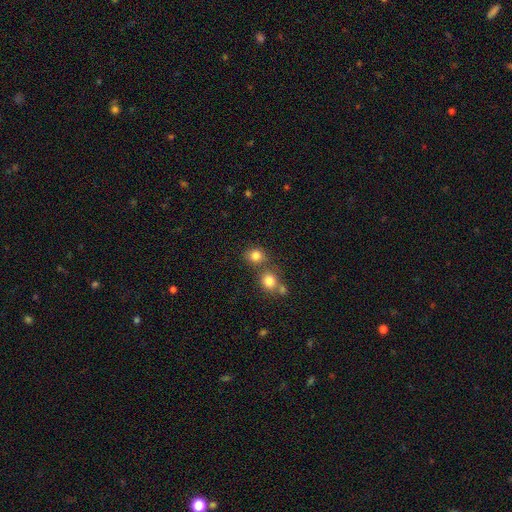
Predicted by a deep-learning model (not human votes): Smooth or featured: smooth — 81% (star or artifact — 13%)
How rounded: round — 75% (in between — 24%)
Merging: none — 60% (merger — 27%)